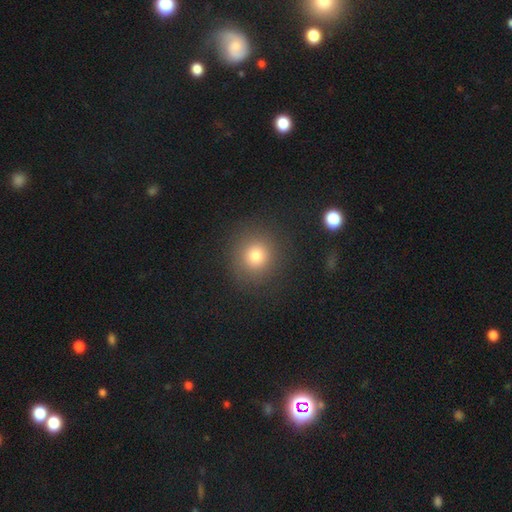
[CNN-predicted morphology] Smooth or featured: smooth — 77% (star or artifact — 14%)
How rounded: round — 89% (in between — 10%)
Merging: none — 87% (minor disturbance — 8%)